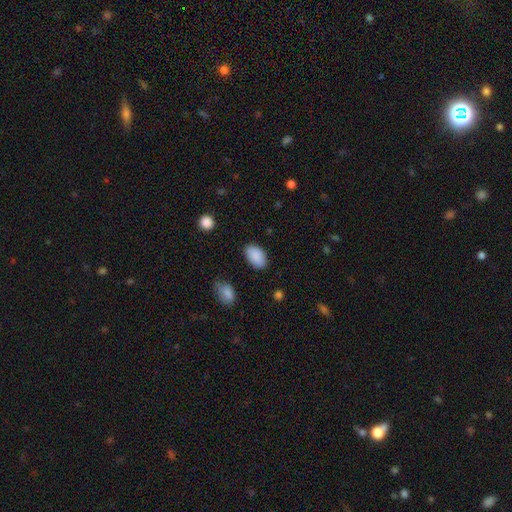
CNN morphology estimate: Smooth or featured? smooth (89%)
How rounded? in between (93%)
Merging? none (85%)